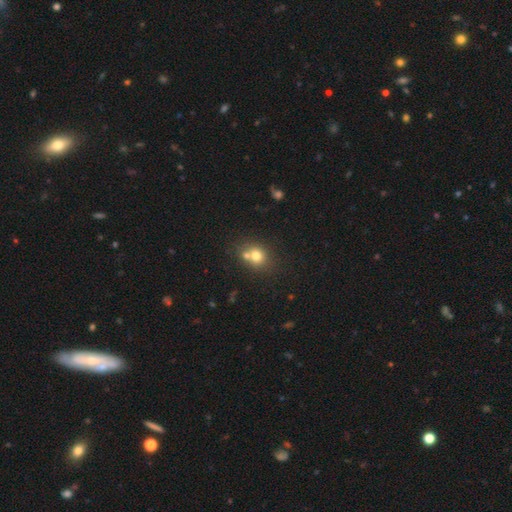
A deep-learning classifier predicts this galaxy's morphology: smooth_or_featured: smooth (p=0.73) [alt: featured or disk p=0.14]
how_rounded: round (p=0.71) [alt: in between p=0.28]
merging: none (p=0.45) [alt: merger p=0.42]